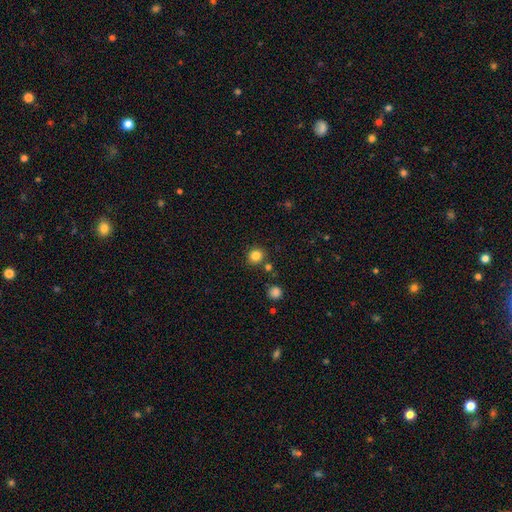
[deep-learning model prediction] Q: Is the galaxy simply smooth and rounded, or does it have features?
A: smooth — 83%.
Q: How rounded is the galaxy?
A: round — 89%.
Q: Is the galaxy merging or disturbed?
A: none — 85%.